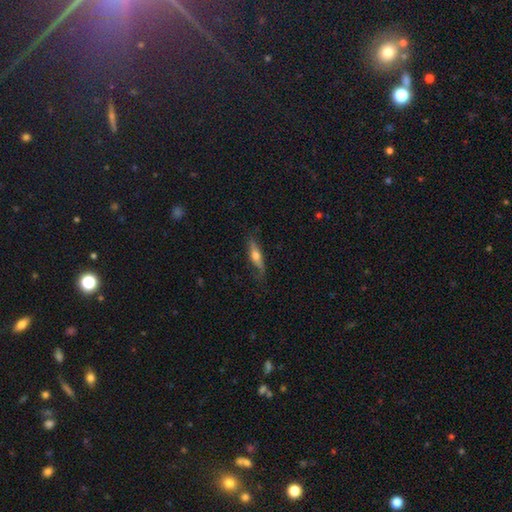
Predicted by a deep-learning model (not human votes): This is possibly a smooth galaxy (48%). Merging: likely none (69%).